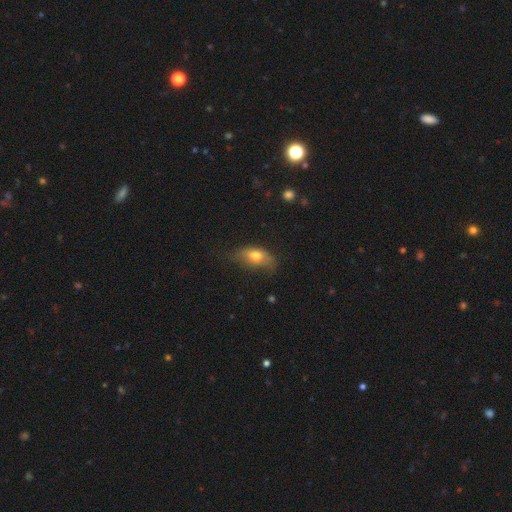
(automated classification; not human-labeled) This is likely a smooth galaxy (73%). How rounded: clearly in between (85%). Merging: possibly none (47%).